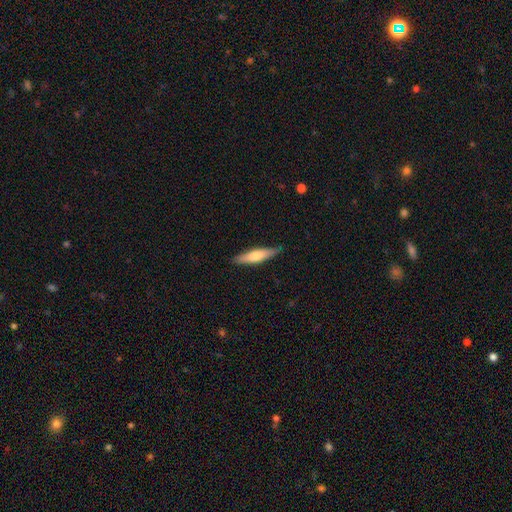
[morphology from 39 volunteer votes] Smooth or featured: smooth — 59% (featured or disk — 38%)
How rounded: cigar-shaped — 70% (in between — 26%)
Merging: none — 87% (minor disturbance — 8%)